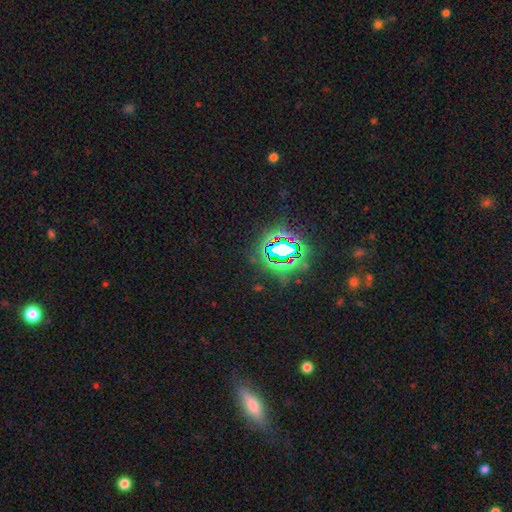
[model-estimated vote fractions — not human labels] A star or artifact, not a galaxy (80%).

Vote fractions:
- Smooth or featured? star or artifact: 80% / smooth: 12% / featured or disk: 9%